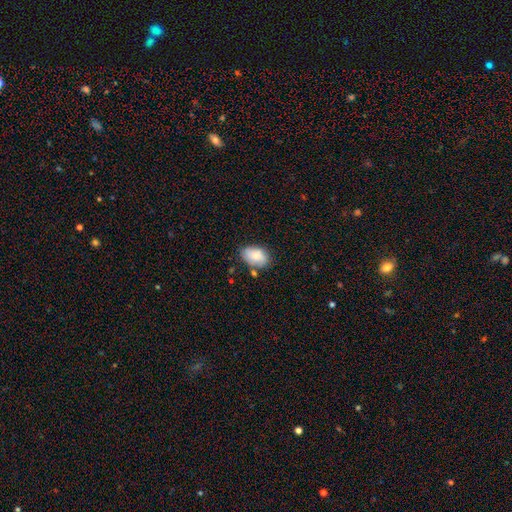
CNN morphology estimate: Q: Smooth or featured?
A: smooth (80%); runner-up: featured or disk (13%)
Q: How rounded?
A: in between (90%); runner-up: round (9%)
Q: Merging?
A: none (65%); runner-up: minor disturbance (23%)